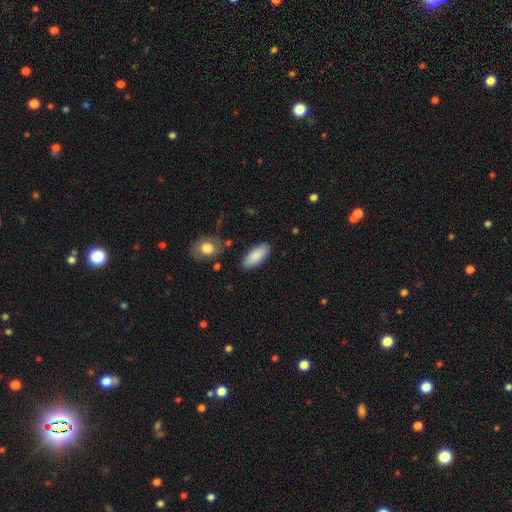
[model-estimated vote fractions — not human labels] Q: Smooth or featured?
A: smooth (86%); runner-up: featured or disk (8%)
Q: How rounded?
A: in between (81%); runner-up: cigar-shaped (17%)
Q: Merging?
A: none (85%); runner-up: minor disturbance (10%)